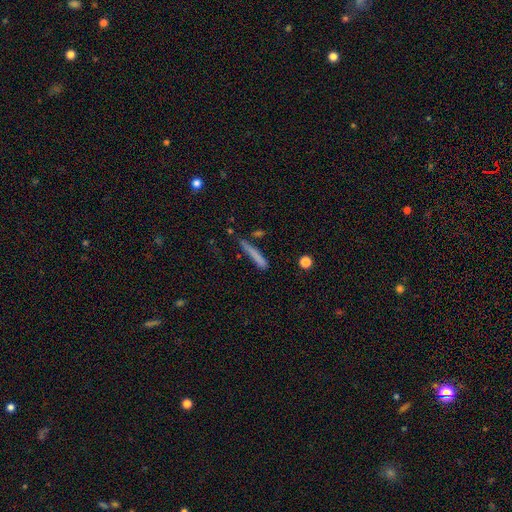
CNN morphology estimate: A smooth galaxy with no disk features (73%) that is cigar-shaped (94%). Merging: none (67%).